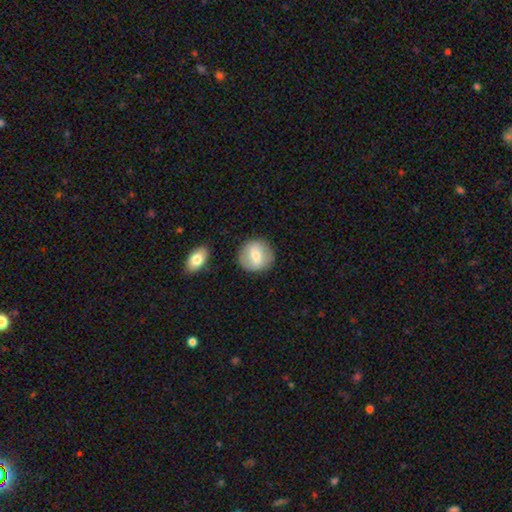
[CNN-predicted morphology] This is likely a smooth galaxy (65%). How rounded: clearly round (86%). Merging: clearly none (85%).